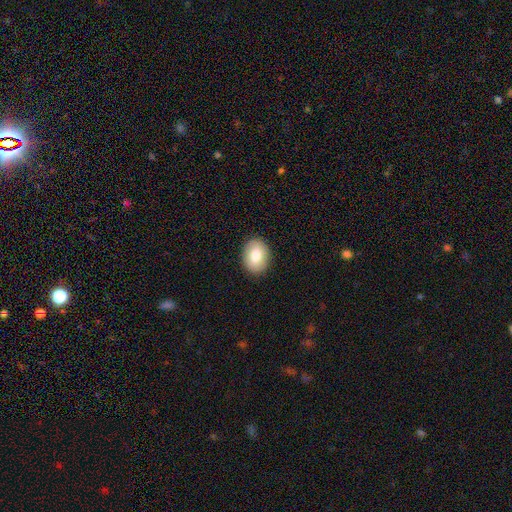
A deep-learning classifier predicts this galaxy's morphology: type=smooth (81%); roundness=in between (69%); merging=none (90%).